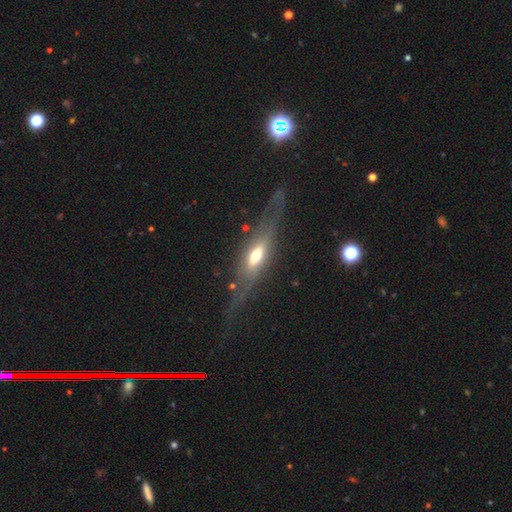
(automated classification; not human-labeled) A featured or disk galaxy (68%) viewed edge-on (79%) with a rounded central bulge (85%).

Vote fractions:
- Smooth or featured? featured or disk: 68% / smooth: 26% / star or artifact: 7%
- Edge-on disk? yes: 79% / no: 21%
- Edge-on bulge? rounded: 85% / boxy: 8% / none: 6%
- Merging? none: 65% / minor disturbance: 18% / major disturbance: 14% / merger: 3%